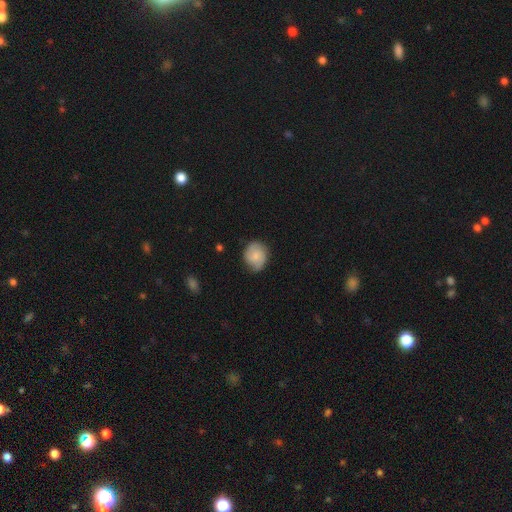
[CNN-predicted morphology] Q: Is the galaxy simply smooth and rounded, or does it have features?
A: smooth — 63%.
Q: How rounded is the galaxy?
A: round — 73%.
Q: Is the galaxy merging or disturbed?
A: none — 75%.